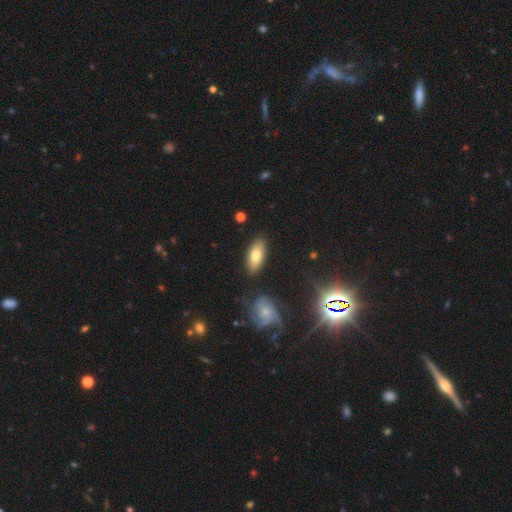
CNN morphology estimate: Smooth or featured? smooth (74%)
How rounded? in between (86%)
Merging? none (85%)